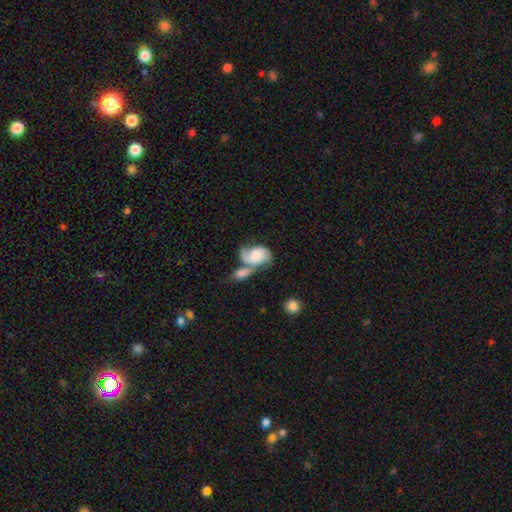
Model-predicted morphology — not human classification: A featured or disk galaxy (55%) with no bar (72%), spiral arms (84%) and no central bulge (26%). Merging: merger (58%).